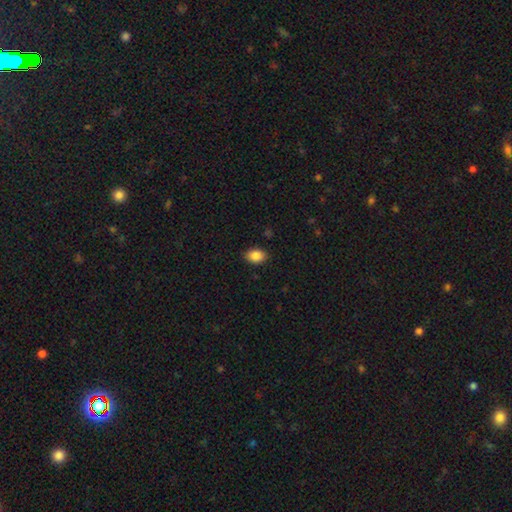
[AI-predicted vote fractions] smooth 88%, star or artifact 8%, featured or disk 4%. Down the decision tree: how rounded — in between (77%); merging — none (88%).